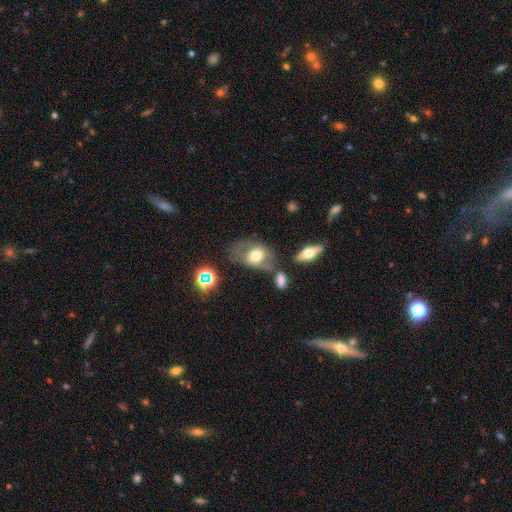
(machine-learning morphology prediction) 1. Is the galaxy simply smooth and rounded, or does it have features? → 52% smooth, 38% featured or disk, 10% star or artifact.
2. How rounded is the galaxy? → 78% in between, 20% round, 2% cigar-shaped.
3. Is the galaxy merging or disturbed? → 40% none, 23% minor disturbance, 20% major disturbance, 17% merger.